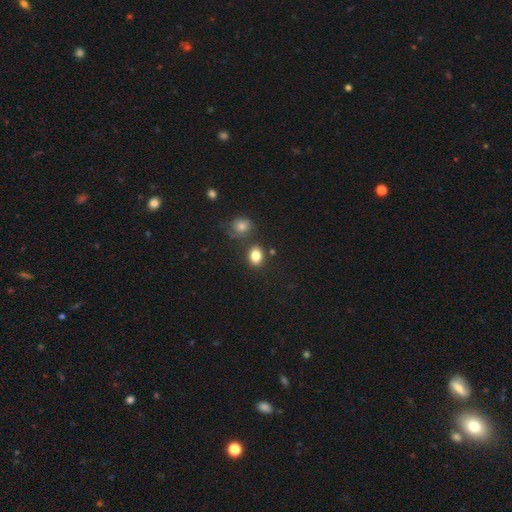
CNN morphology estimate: Smooth or featured?
  - smooth: 83% *
  - star or artifact: 10%
  - featured or disk: 7%
How rounded?
  - in between: 58% *
  - round: 41%
  - cigar-shaped: 1%
Merging?
  - none: 73% *
  - minor disturbance: 12%
  - merger: 11%
  - major disturbance: 4%